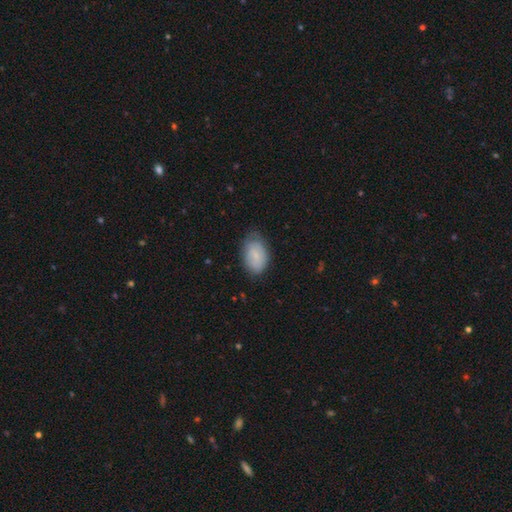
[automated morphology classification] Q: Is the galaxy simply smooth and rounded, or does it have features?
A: smooth — 71%.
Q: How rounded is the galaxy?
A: in between — 91%.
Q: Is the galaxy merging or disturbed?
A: none — 66%.